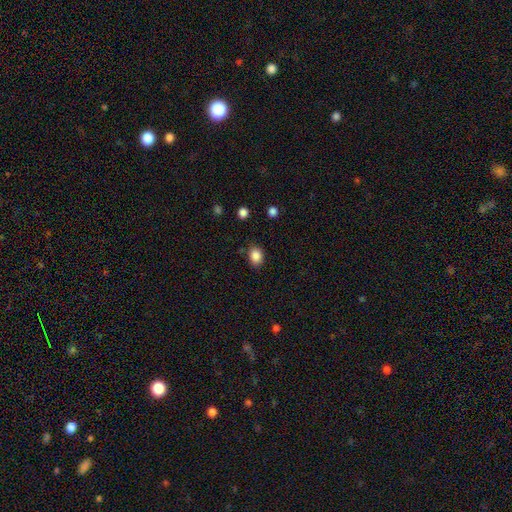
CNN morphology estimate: Smooth or featured? Predicted: smooth (p=0.87). How rounded? Predicted: in between (p=0.54). Merging? Predicted: none (p=0.82).